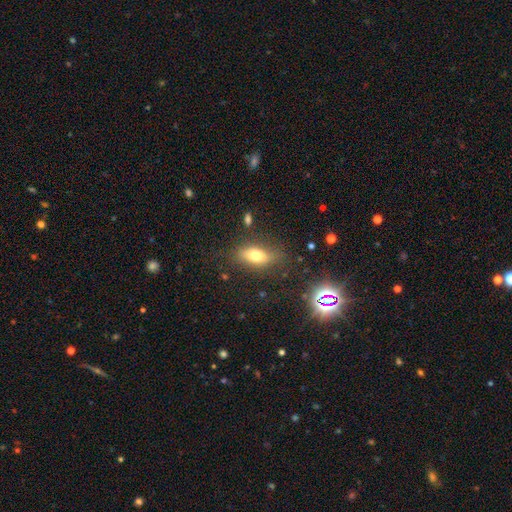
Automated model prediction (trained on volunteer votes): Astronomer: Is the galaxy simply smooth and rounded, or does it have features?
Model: smooth — 69%.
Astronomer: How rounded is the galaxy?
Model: in between — 77%.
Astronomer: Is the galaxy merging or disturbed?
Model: none — 76%.